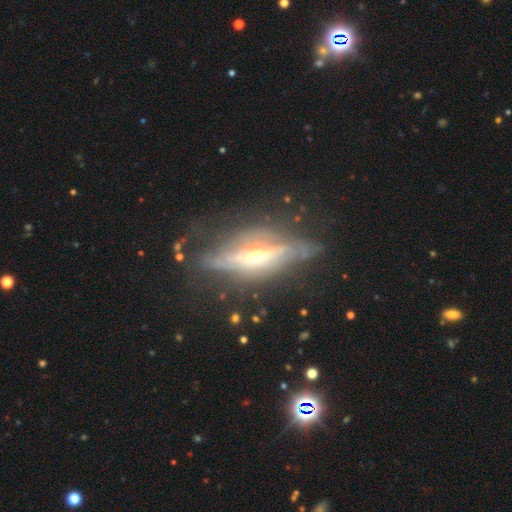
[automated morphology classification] Q: Smooth or featured?
A: featured or disk (80%); runner-up: smooth (13%)
Q: Edge-on disk?
A: yes (74%); runner-up: no (26%)
Q: Edge-on bulge?
A: rounded (85%); runner-up: none (9%)
Q: Merging?
A: none (57%); runner-up: minor disturbance (23%)